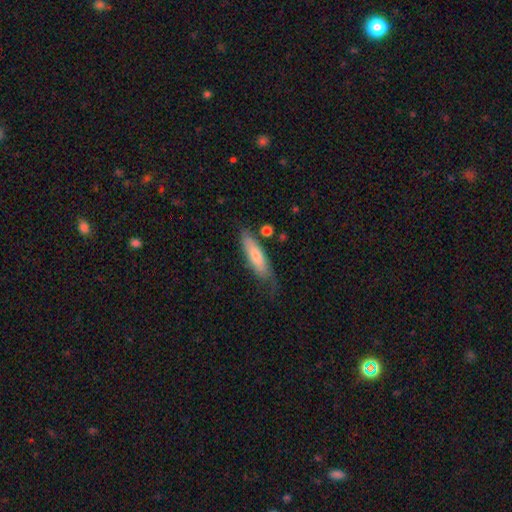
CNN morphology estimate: Smooth or featured?
  - smooth: 67% *
  - featured or disk: 27%
  - star or artifact: 6%
How rounded?
  - cigar-shaped: 64% *
  - in between: 34%
  - round: 2%
Merging?
  - none: 58% *
  - minor disturbance: 27%
  - major disturbance: 11%
  - merger: 4%